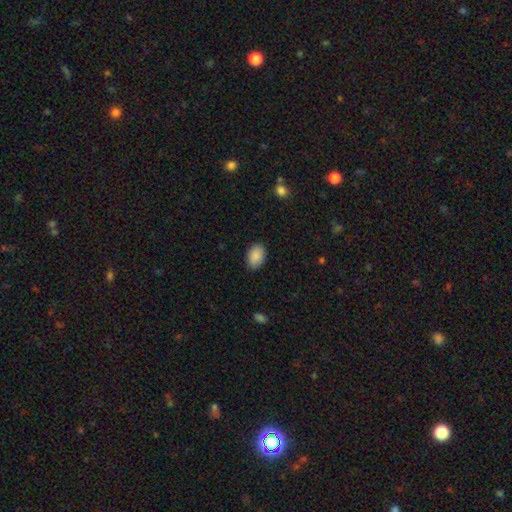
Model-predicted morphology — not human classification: Smooth or featured? Predicted: smooth (p=0.90). How rounded? Predicted: in between (p=0.84). Merging? Predicted: none (p=0.86).